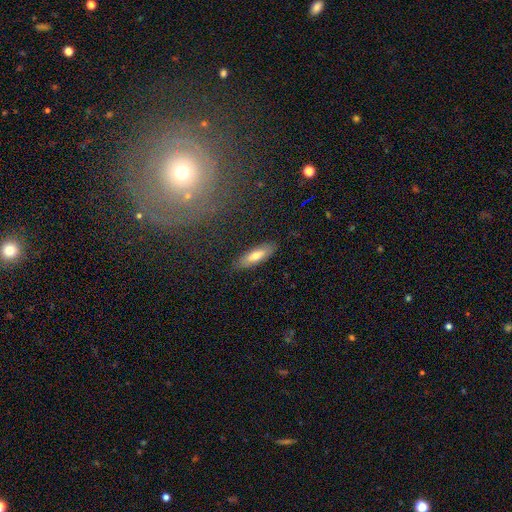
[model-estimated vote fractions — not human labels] A smooth galaxy with no disk features (66%) that is cigar-shaped (50%). Merging: none (84%).